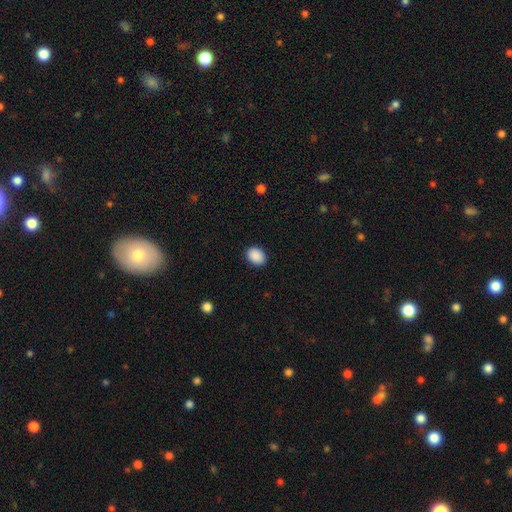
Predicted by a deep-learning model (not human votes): Q: Smooth or featured?
A: smooth (90%); runner-up: star or artifact (7%)
Q: How rounded?
A: in between (68%); runner-up: round (31%)
Q: Merging?
A: none (89%); runner-up: minor disturbance (8%)